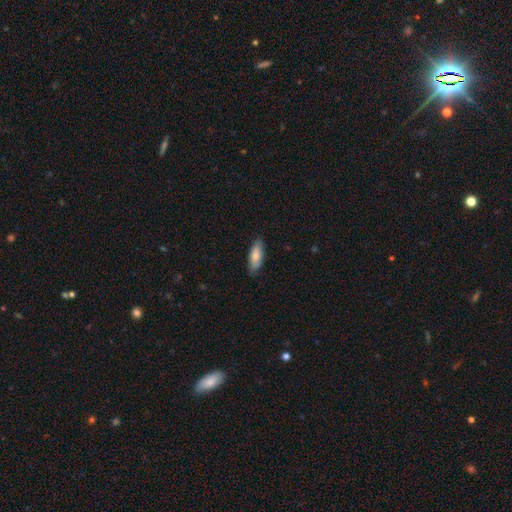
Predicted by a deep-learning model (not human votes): Smooth or featured: smooth — 75% (featured or disk — 20%)
How rounded: in between — 73% (cigar-shaped — 25%)
Merging: none — 83% (minor disturbance — 14%)